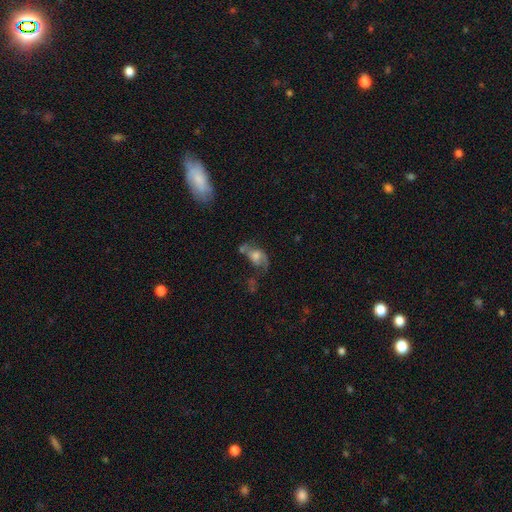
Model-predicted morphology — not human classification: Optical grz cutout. It shows a featured or disk galaxy (59%) with no bar (64%), spiral arms (78%) and a moderate central bulge (45%). Merging: major disturbance (30%, tied with none).